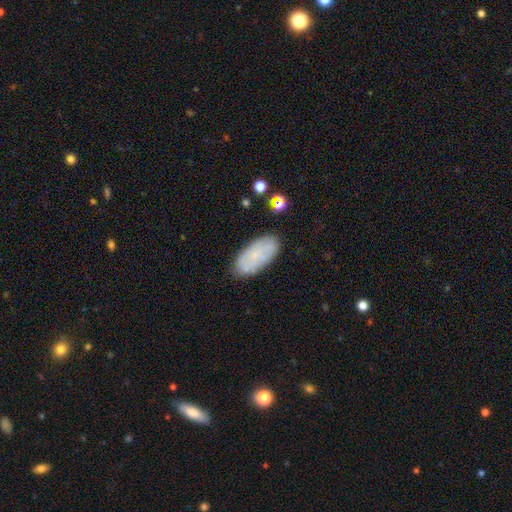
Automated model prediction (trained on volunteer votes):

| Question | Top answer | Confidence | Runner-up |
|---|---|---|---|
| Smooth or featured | smooth | 62% | featured or disk (30%) |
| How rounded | in between | 92% | cigar-shaped (6%) |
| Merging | none | 81% | minor disturbance (14%) |